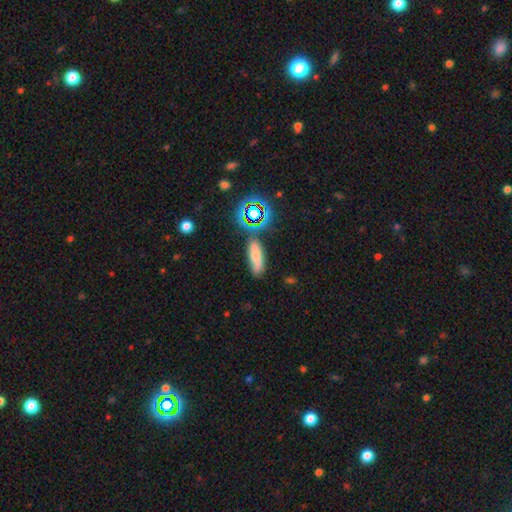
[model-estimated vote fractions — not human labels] This is likely a smooth galaxy (65%). How rounded: possibly in between (50%). Merging: likely none (65%).